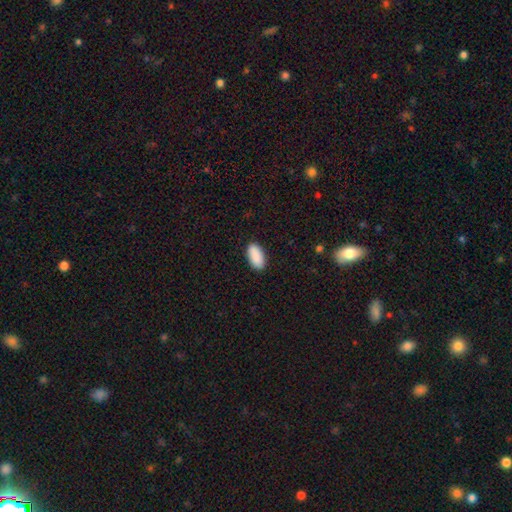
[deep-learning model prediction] A smooth galaxy with no disk features (91%) that is in between round and cigar-shaped (94%). Merging: none (89%).